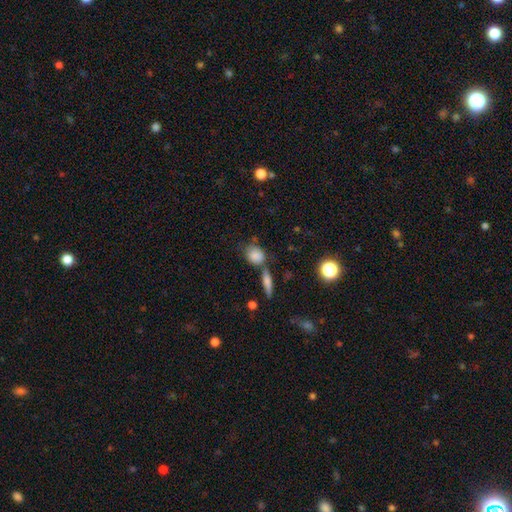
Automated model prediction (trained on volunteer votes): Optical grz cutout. It shows a smooth galaxy with no disk features (83%) that is round (56%). Merging: none (57%).